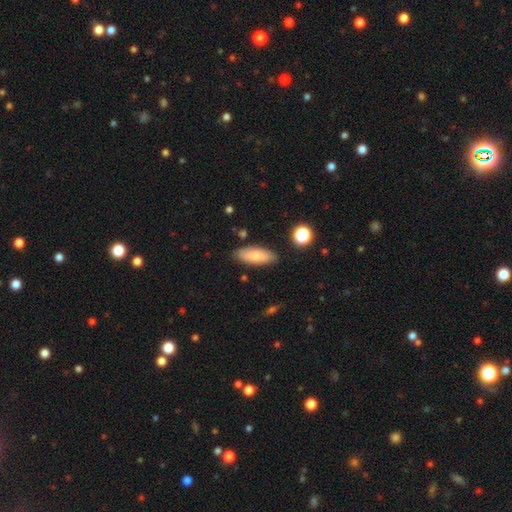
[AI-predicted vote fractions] smooth 74%, featured or disk 19%, star or artifact 7%. Down the decision tree: how rounded — in between (74%); merging — none (83%).